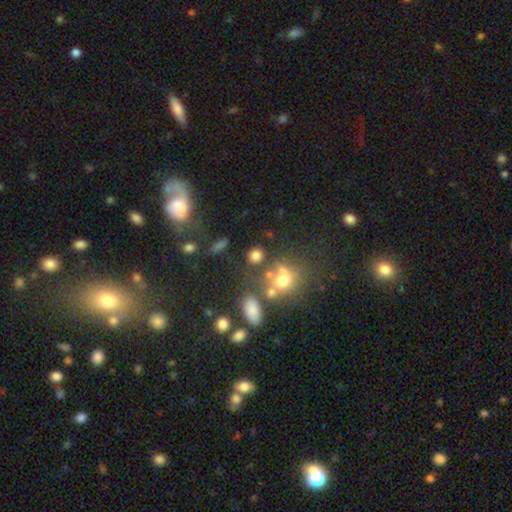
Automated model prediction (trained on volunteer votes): Smooth or featured? Predicted: smooth (p=0.73). How rounded? Predicted: round (p=0.72). Merging? Predicted: none (p=0.64).